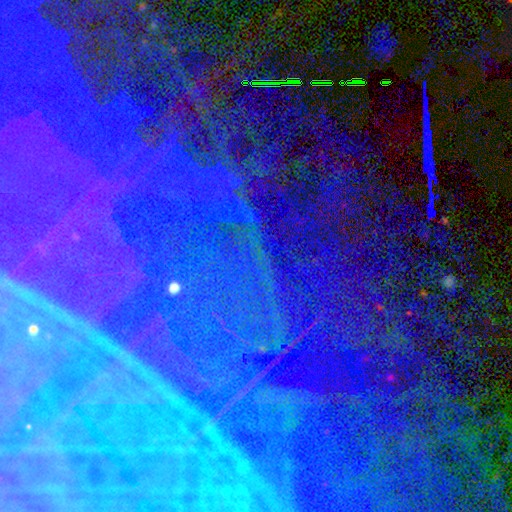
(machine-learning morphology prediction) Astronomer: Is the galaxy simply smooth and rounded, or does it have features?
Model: star or artifact — 80%.